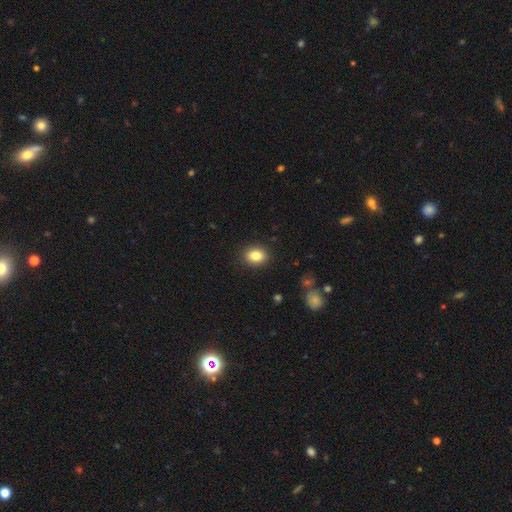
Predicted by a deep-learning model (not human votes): smooth 83%, star or artifact 10%, featured or disk 7%. Down the decision tree: how rounded — round (51%); merging — none (90%).